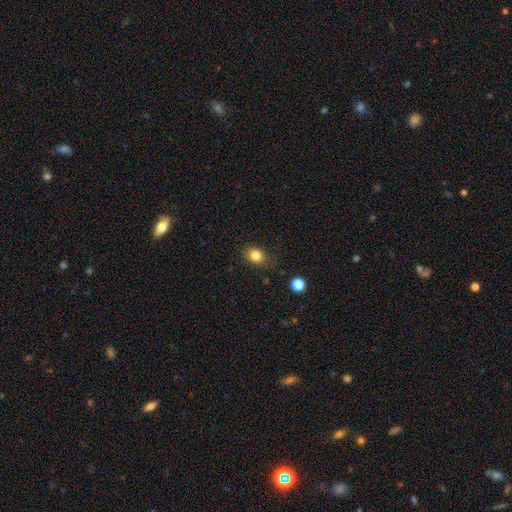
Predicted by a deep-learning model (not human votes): smooth-or-featured: smooth: 83% | star or artifact: 11% | featured or disk: 7%
  how-rounded: in between: 52% | round: 47% | cigar-shaped: 1%
  merging: none: 77% | minor disturbance: 16% | major disturbance: 4% | merger: 2%